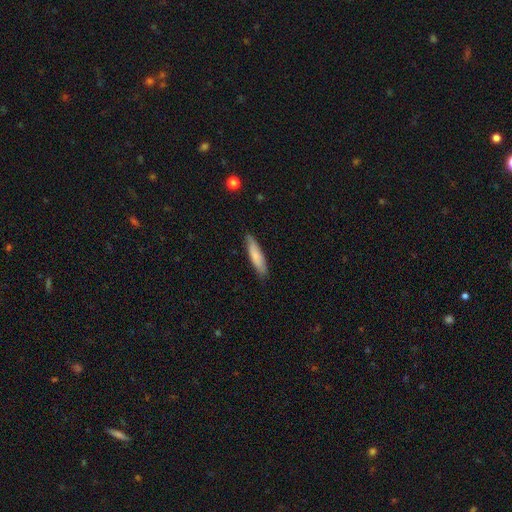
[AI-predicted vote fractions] Q: Smooth or featured?
A: smooth (76%); runner-up: featured or disk (18%)
Q: How rounded?
A: cigar-shaped (76%); runner-up: in between (22%)
Q: Merging?
A: none (82%); runner-up: minor disturbance (14%)